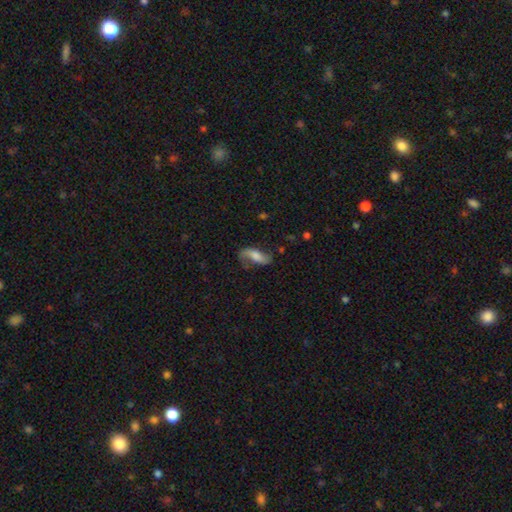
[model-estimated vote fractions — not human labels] Smooth or featured? Predicted: featured or disk (p=0.62). Edge-on disk? Predicted: no (p=0.90). Bar? Predicted: no (p=0.47). Spiral arms? Predicted: yes (p=0.90). Spiral winding? Predicted: loose (p=0.72). Spiral arm count? Predicted: 2 (p=0.83). Bulge size? Predicted: moderate (p=0.31). Merging? Predicted: none (p=0.61).